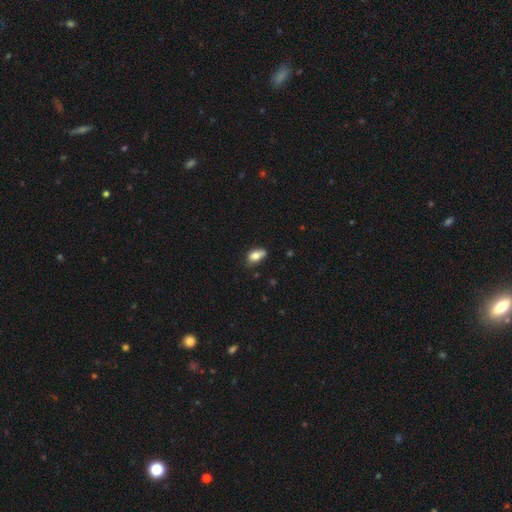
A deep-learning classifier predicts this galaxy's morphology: A smooth galaxy with no disk features (78%) that is in between round and cigar-shaped (86%).

Vote fractions:
- Smooth or featured? smooth: 78% / featured or disk: 14% / star or artifact: 8%
- How rounded? in between: 86% / round: 8% / cigar-shaped: 6%
- Merging? none: 55% / minor disturbance: 34% / major disturbance: 8% / merger: 4%